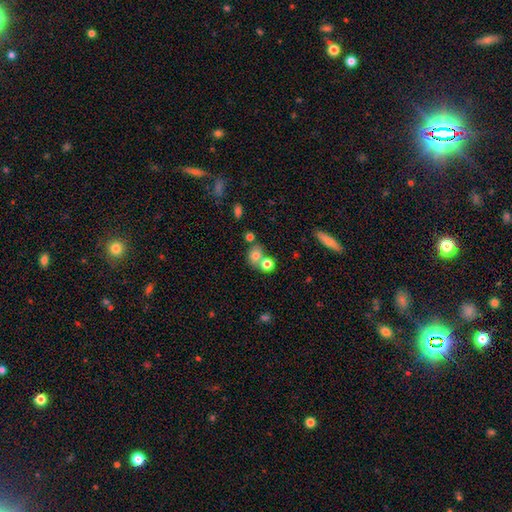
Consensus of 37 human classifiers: Smooth or featured? 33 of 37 (89%) said smooth. How rounded? 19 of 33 (58%) said round. Merging? 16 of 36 (44%) said merger.